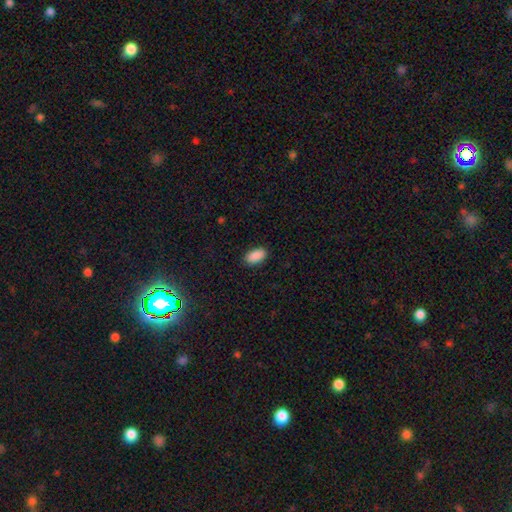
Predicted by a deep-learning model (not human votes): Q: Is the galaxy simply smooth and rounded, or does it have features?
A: smooth — 90%.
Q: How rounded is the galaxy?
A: in between — 94%.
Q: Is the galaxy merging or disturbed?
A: none — 88%.